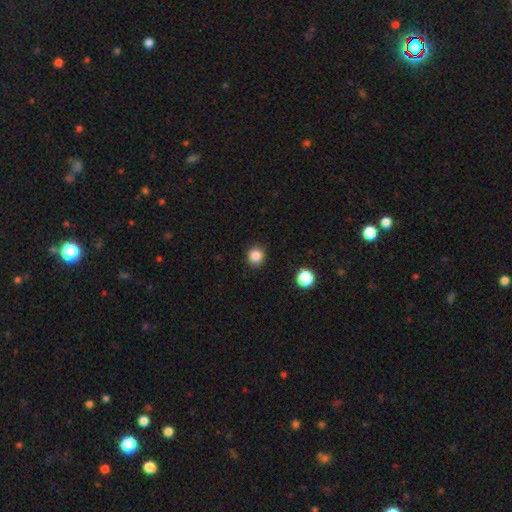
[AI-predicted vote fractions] smooth-or-featured: smooth: 85% | star or artifact: 12% | featured or disk: 4%
  how-rounded: round: 90% | in between: 9% | cigar-shaped: 1%
  merging: none: 91% | minor disturbance: 6% | major disturbance: 2% | merger: 1%